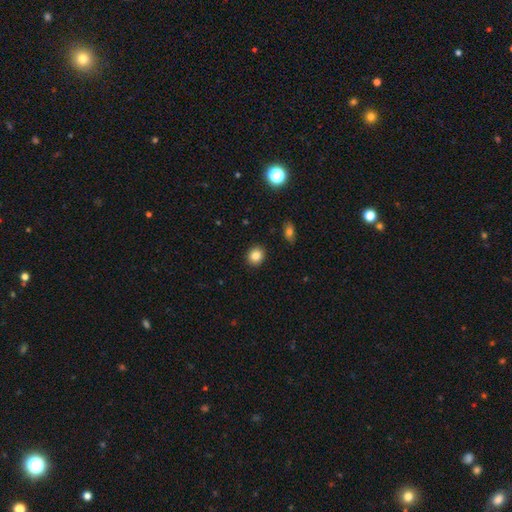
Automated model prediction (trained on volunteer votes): Overall: smooth (84%). How rounded: round (76%). Merging: none (91%).